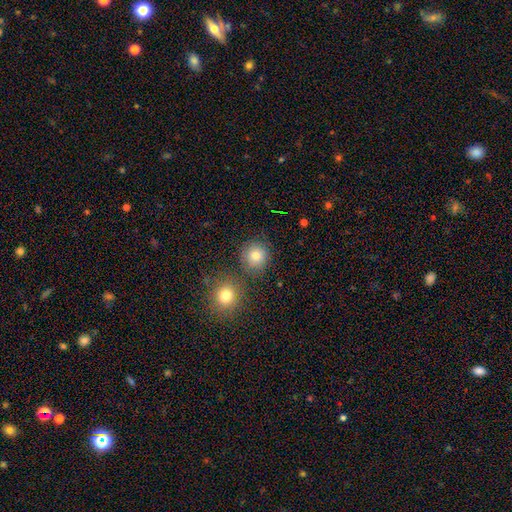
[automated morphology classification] Smooth or featured? Predicted: smooth (p=0.79). How rounded? Predicted: round (p=0.90). Merging? Predicted: none (p=0.78).